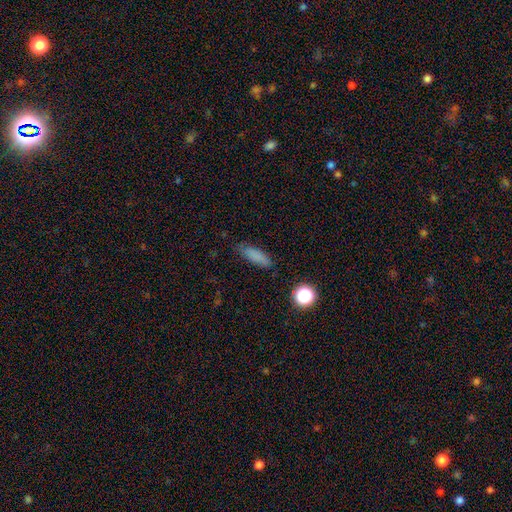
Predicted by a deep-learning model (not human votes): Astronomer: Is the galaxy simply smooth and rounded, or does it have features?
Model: smooth — 81%.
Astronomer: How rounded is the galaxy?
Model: in between — 50% (runner-up: cigar-shaped, 47%).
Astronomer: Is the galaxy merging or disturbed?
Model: none — 77%.